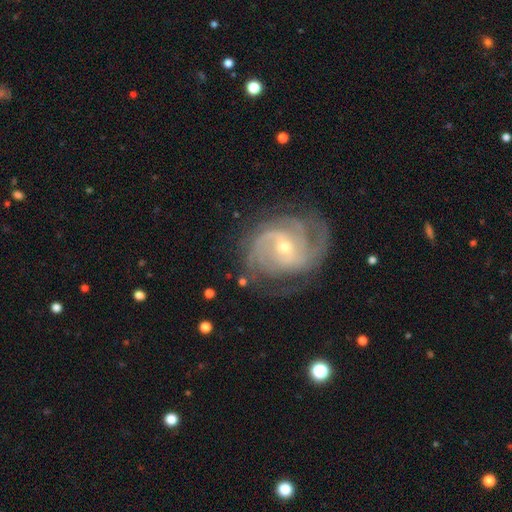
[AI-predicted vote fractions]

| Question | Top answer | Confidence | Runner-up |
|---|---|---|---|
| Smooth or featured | featured or disk | 89% | star or artifact (6%) |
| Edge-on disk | no | 97% | yes (3%) |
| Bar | no | 46% | weak (40%) |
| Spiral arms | yes | 97% | no (3%) |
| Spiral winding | tight | 52% | medium (39%) |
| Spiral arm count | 2 | 41% | 3 (23%) |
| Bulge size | small | 58% | moderate (39%) |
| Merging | none | 73% | minor disturbance (18%) |